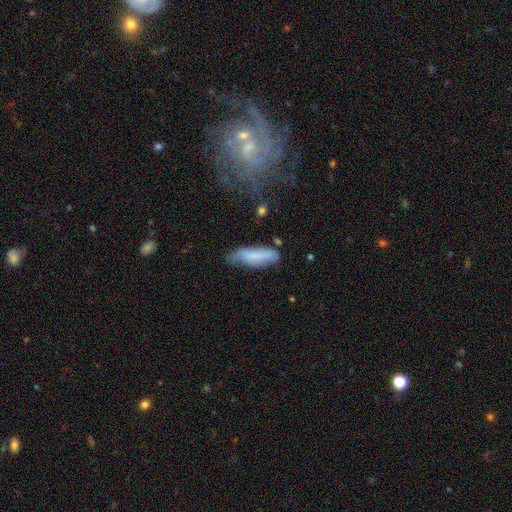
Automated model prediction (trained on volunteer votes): This is likely a smooth galaxy (60%). How rounded: possibly cigar-shaped (52%). Merging: possibly none (50%).